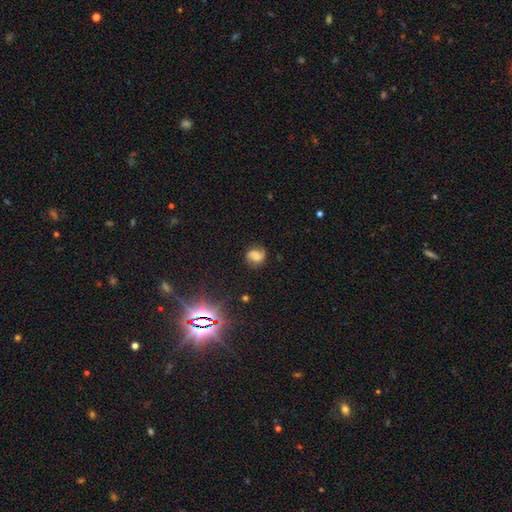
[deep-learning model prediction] Morphology: type=smooth (43%); merging=none (67%).